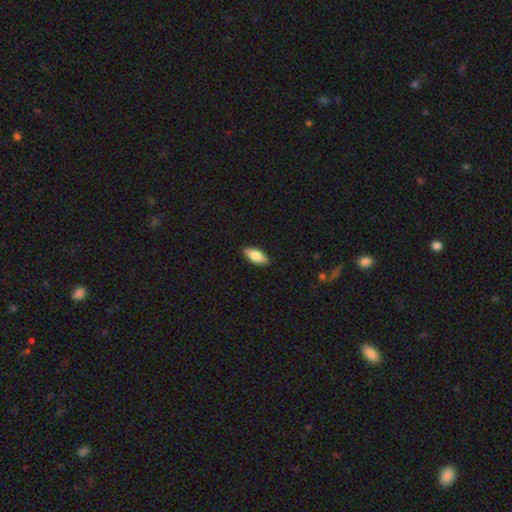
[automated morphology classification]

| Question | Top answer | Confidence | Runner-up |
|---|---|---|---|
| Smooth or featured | smooth | 78% | featured or disk (16%) |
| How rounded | in between | 83% | cigar-shaped (14%) |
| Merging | none | 89% | minor disturbance (8%) |